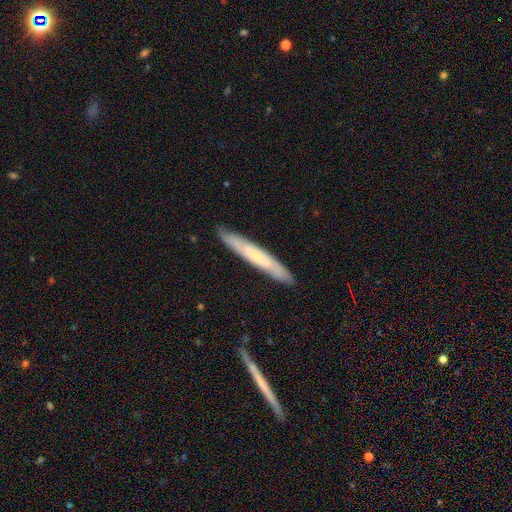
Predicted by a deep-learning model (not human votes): smooth_or_featured: featured or disk (p=0.49) [alt: smooth p=0.45]
merging: none (p=0.87) [alt: minor disturbance p=0.10]